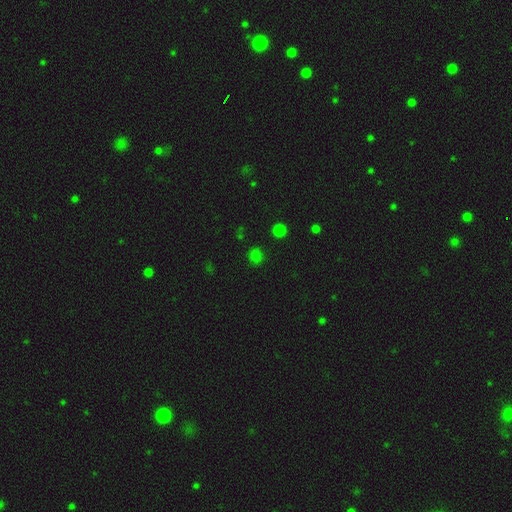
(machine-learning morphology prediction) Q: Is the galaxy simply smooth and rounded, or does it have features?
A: smooth — 68%.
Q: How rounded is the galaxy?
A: round — 86%.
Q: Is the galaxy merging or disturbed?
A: none — 84%.